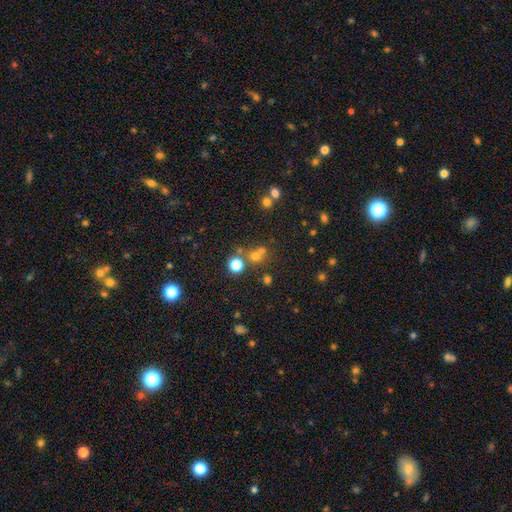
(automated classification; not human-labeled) Smooth or featured?
  - smooth: 56% *
  - star or artifact: 34%
  - featured or disk: 10%
How rounded?
  - round: 87% *
  - in between: 12%
  - cigar-shaped: 1%
Merging?
  - none: 61% *
  - merger: 28%
  - minor disturbance: 7%
  - major disturbance: 4%